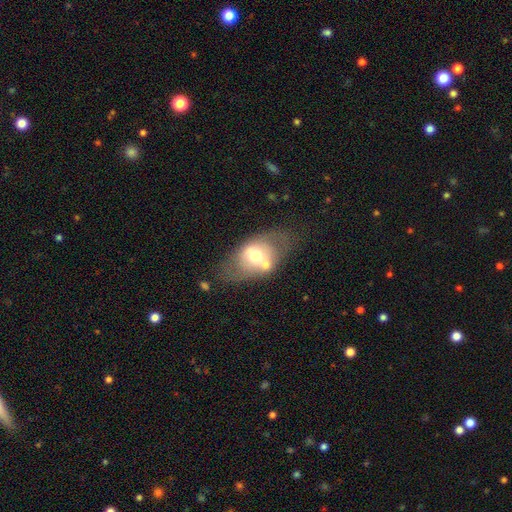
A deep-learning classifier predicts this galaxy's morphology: A featured or disk galaxy (46%, tied with smooth). Merging: none (51%).